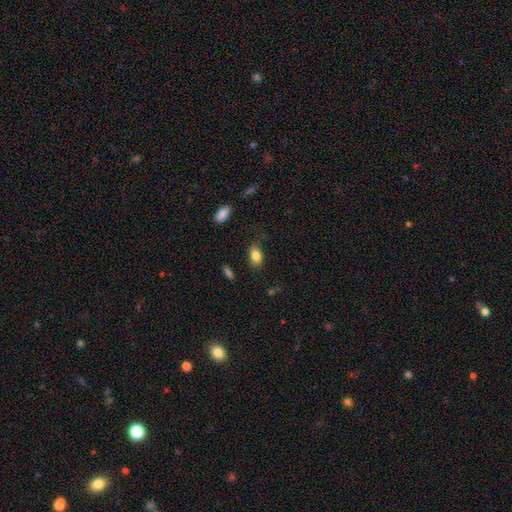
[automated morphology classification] Smooth or featured? smooth (84%)
How rounded? in between (88%)
Merging? none (80%)